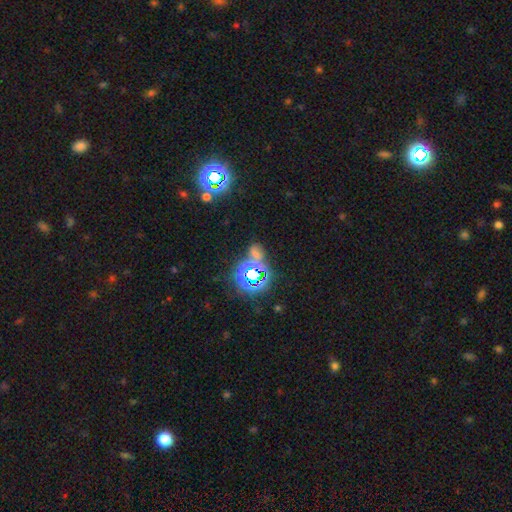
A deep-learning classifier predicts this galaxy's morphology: Q: Smooth or featured?
A: star or artifact (63%); runner-up: smooth (27%)